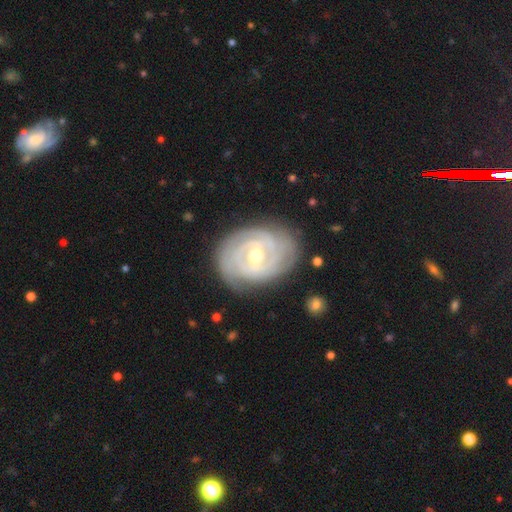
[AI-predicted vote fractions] featured or disk 88%, smooth 7%, star or artifact 4%. Down the decision tree: edge-on disk — no (97%); bar — weak (51%); spiral arms — yes (96%); spiral arm count — 2 (33%); spiral winding — tight (79%); bulge size — moderate (59%); merging — none (80%).